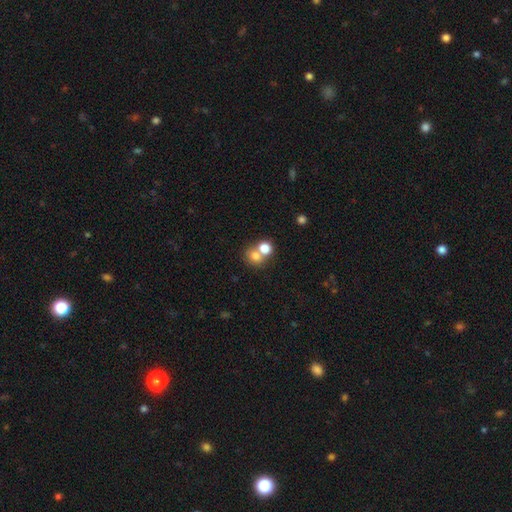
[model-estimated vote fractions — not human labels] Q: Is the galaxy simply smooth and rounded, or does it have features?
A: smooth — 75%.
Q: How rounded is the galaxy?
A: round — 65%.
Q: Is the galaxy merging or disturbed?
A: merger — 53%.